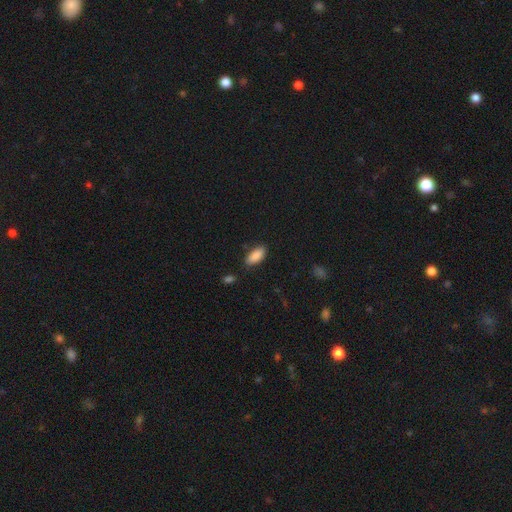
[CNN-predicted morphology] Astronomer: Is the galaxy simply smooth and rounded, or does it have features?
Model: smooth — 89%.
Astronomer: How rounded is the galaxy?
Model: in between — 89%.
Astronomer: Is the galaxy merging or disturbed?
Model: none — 82%.